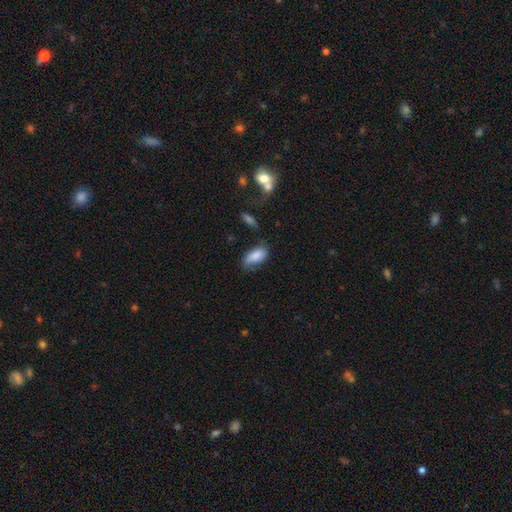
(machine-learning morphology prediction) type=smooth (74%); roundness=in between (91%); merging=none (48%).